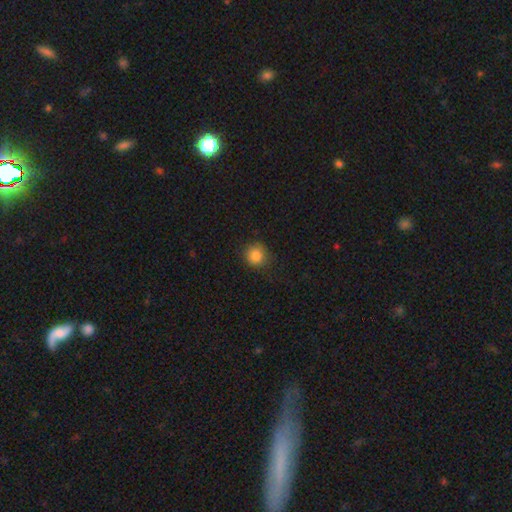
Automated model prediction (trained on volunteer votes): Smooth or featured: smooth — 85% (star or artifact — 11%)
How rounded: round — 91% (in between — 8%)
Merging: none — 82% (minor disturbance — 13%)